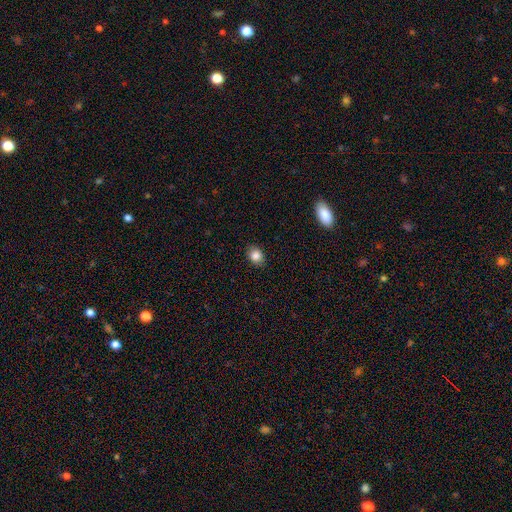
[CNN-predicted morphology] This appears to be a smooth galaxy with no disk features (85%) that is in between round and cigar-shaped (55%). Merging: none (88%).